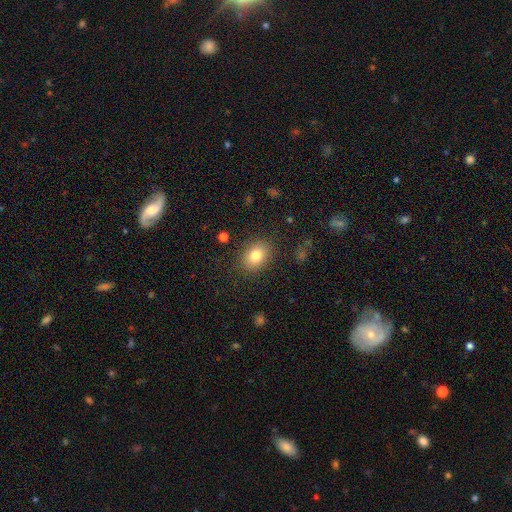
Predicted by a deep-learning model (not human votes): A smooth galaxy with no disk features (81%) that is in between round and cigar-shaped (66%). Merging: none (86%).